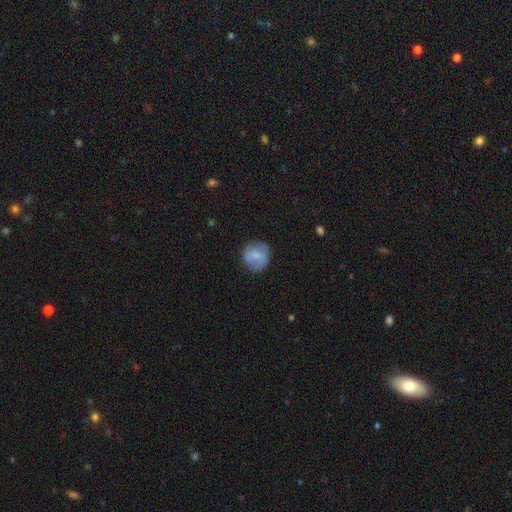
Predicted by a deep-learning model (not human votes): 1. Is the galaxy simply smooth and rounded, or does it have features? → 74% smooth, 18% featured or disk, 8% star or artifact.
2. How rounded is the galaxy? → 87% round, 12% in between, 1% cigar-shaped.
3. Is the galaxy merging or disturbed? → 74% none, 18% minor disturbance, 6% major disturbance, 1% merger.